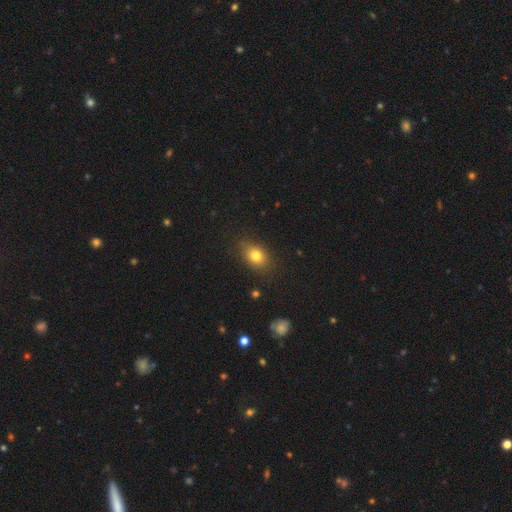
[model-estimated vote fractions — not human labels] A smooth galaxy with no disk features (79%) that is in between round and cigar-shaped (71%).

Vote fractions:
- Smooth or featured? smooth: 79% / star or artifact: 11% / featured or disk: 10%
- How rounded? in between: 71% / round: 27% / cigar-shaped: 2%
- Merging? none: 82% / minor disturbance: 13% / major disturbance: 3% / merger: 1%